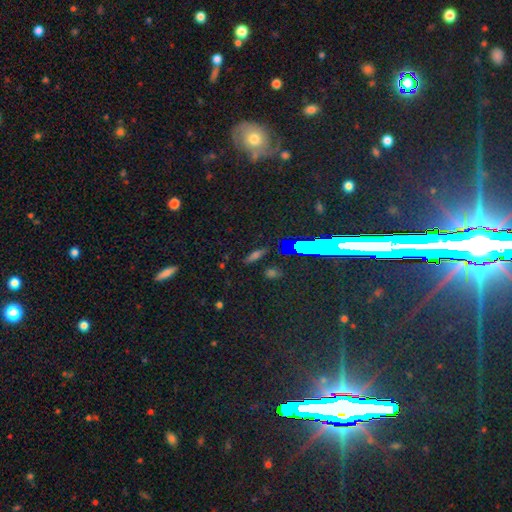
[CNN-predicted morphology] A star or artifact, not a galaxy (72%).